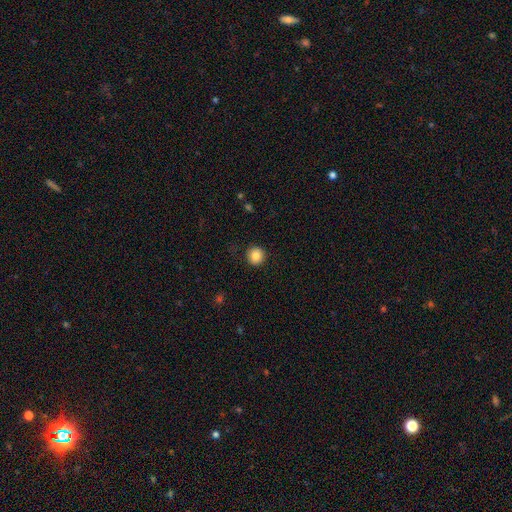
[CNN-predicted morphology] A smooth galaxy with no disk features (84%) that is round (94%).

Vote fractions:
- Smooth or featured? smooth: 84% / star or artifact: 10% / featured or disk: 7%
- How rounded? round: 94% / in between: 5% / cigar-shaped: 1%
- Merging? none: 90% / minor disturbance: 7% / major disturbance: 2% / merger: 1%